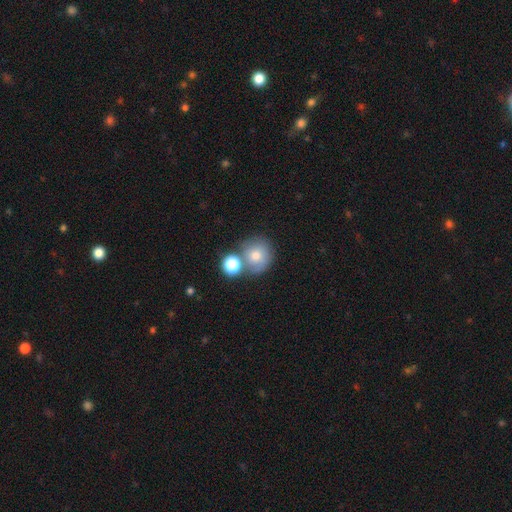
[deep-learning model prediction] Q: Smooth or featured?
A: smooth (71%); runner-up: featured or disk (18%)
Q: How rounded?
A: round (85%); runner-up: in between (14%)
Q: Merging?
A: none (53%); runner-up: merger (29%)